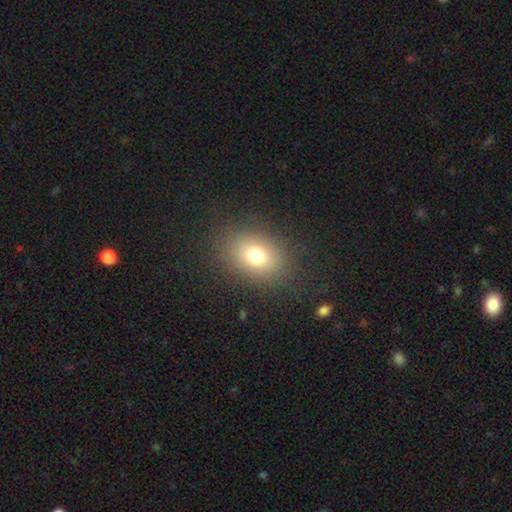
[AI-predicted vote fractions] A smooth galaxy with no disk features (75%) that is in between round and cigar-shaped (67%).

Vote fractions:
- Smooth or featured? smooth: 75% / star or artifact: 13% / featured or disk: 11%
- How rounded? in between: 67% / round: 32% / cigar-shaped: 1%
- Merging? none: 85% / minor disturbance: 9% / major disturbance: 5% / merger: 1%